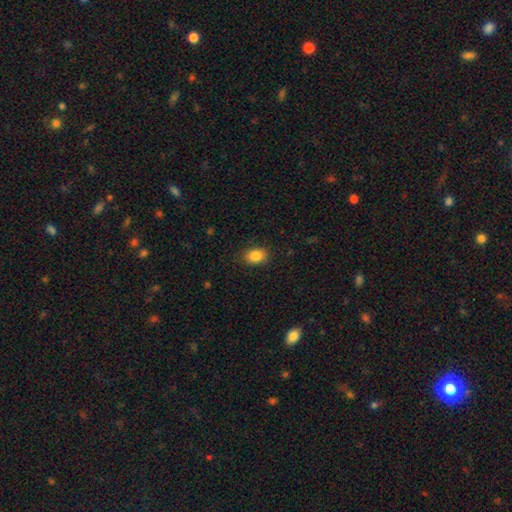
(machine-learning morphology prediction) Overall: smooth (86%). How rounded: in between (66%; round 33%). Merging: none (87%).